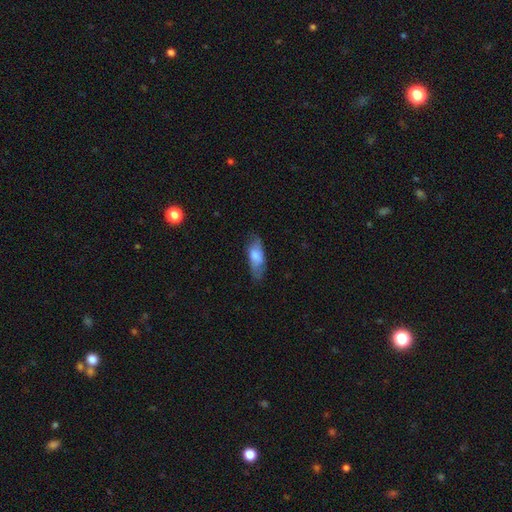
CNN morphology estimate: type=smooth (70%); roundness=in between (72%); merging=none (67%).